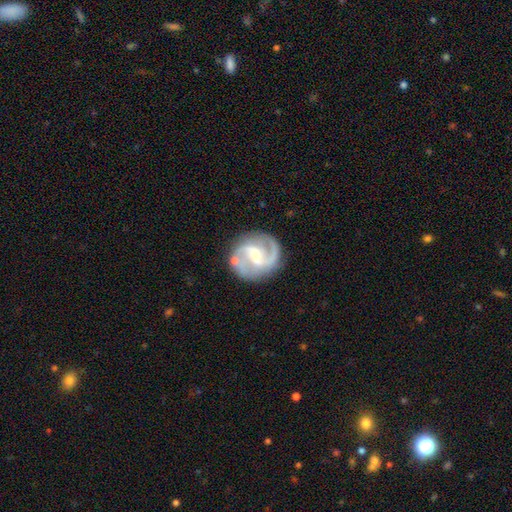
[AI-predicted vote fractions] The model was most divided on "bulge size": small: 52%, moderate: 38%, none: 6%, large: 3%, dominant: 1%. More confident: edge-on disk — no (98%); spiral arms — yes (98%); spiral arm count — 2 (91%); smooth or featured — featured or disk (90%); merging — none (79%); spiral winding — medium (59%); bar — weak (52%).